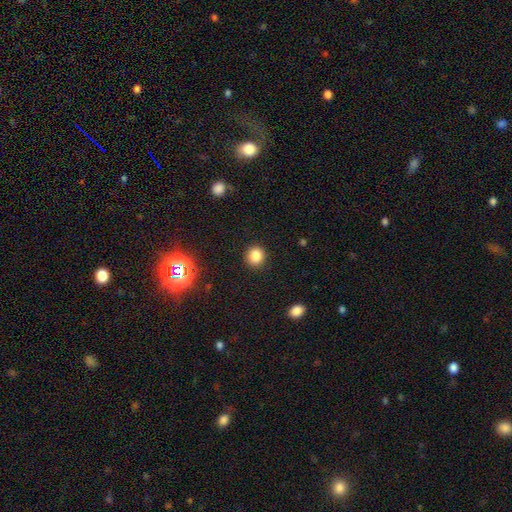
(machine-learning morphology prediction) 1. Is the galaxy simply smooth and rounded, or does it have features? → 82% smooth, 13% star or artifact, 5% featured or disk.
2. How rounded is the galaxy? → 82% round, 17% in between, 1% cigar-shaped.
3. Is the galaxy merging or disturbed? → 91% none, 6% minor disturbance, 2% major disturbance, 1% merger.